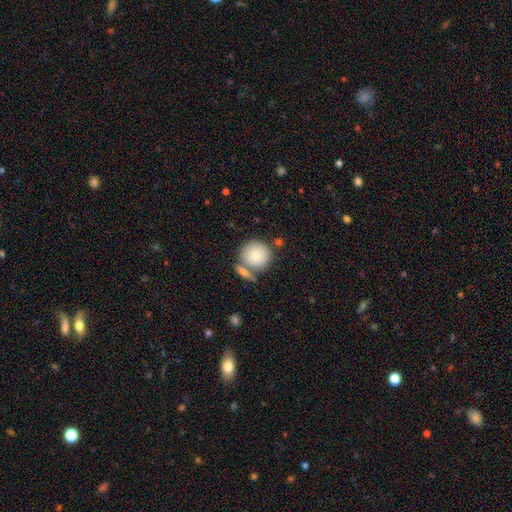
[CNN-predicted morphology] smooth-or-featured: smooth: 81% | featured or disk: 12% | star or artifact: 7%
  how-rounded: round: 90% | in between: 9% | cigar-shaped: 1%
  merging: none: 61% | merger: 22% | minor disturbance: 12% | major disturbance: 4%